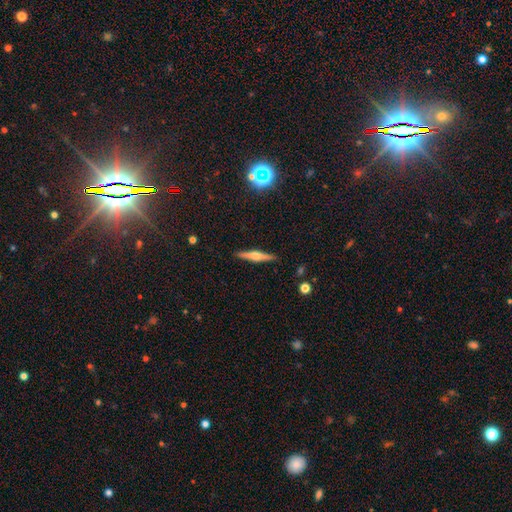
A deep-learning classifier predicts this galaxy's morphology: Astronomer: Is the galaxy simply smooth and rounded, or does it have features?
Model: featured or disk — 63%.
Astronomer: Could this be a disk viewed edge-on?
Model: yes — 97%.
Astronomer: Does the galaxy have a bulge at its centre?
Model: rounded — 85%.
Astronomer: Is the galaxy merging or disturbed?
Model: none — 91%.